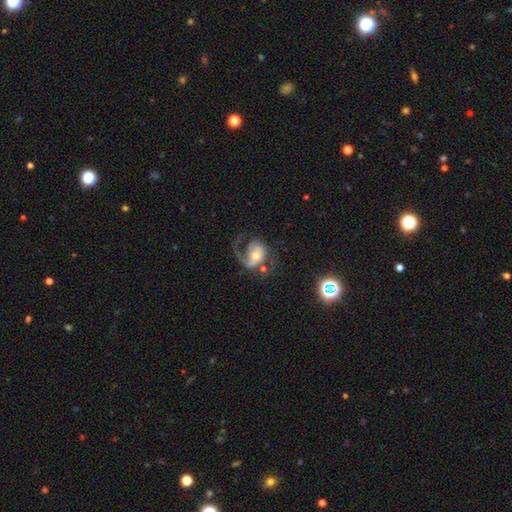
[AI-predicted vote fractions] Smooth or featured? Predicted: featured or disk (p=0.79). Edge-on disk? Predicted: no (p=0.97). Bar? Predicted: no (p=0.61). Spiral arms? Predicted: yes (p=0.92). Spiral winding? Predicted: medium (p=0.45). Spiral arm count? Predicted: 1 (p=0.50). Bulge size? Predicted: moderate (p=0.69). Merging? Predicted: none (p=0.42).